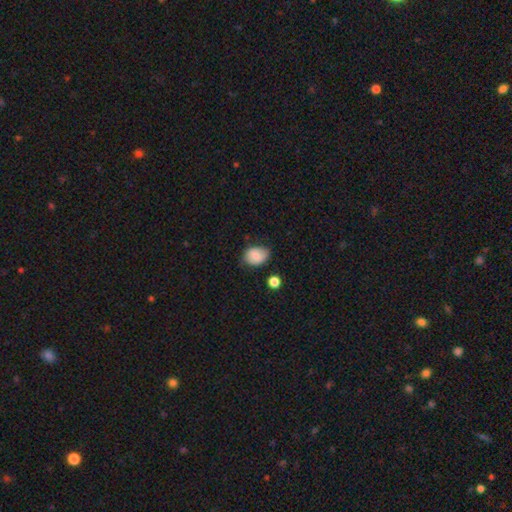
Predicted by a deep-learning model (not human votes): The model was most divided on "how rounded": in between: 64%, round: 35%, cigar-shaped: 1%. More confident: smooth or featured — smooth (76%); merging — none (65%).